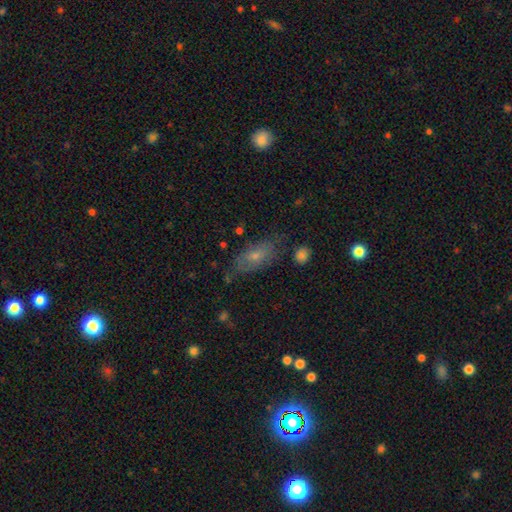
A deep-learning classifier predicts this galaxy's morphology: type=smooth (57%); roundness=in between (81%); merging=none (65%).